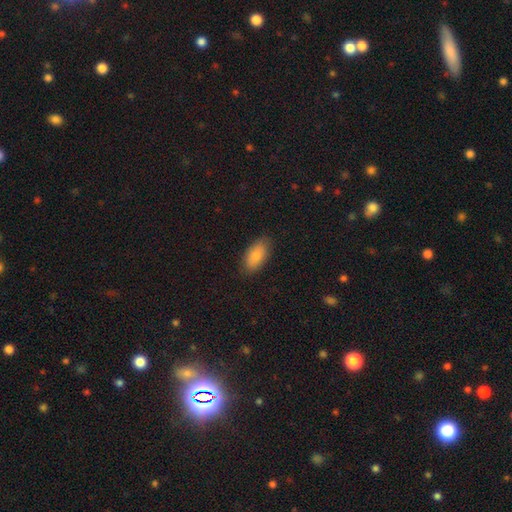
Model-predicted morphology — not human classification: Smooth or featured? smooth (84%)
How rounded? in between (93%)
Merging? none (83%)